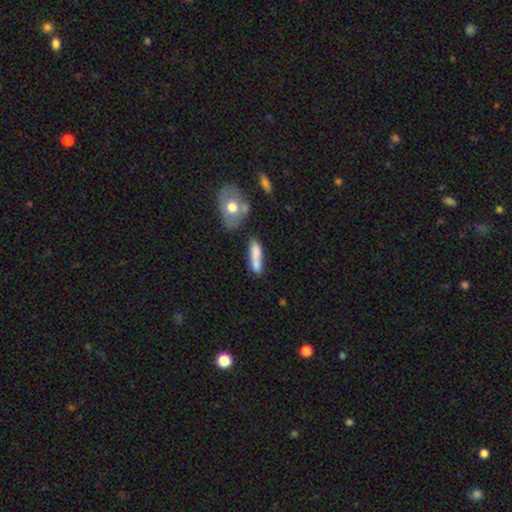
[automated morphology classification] This is likely a smooth galaxy (73%). How rounded: possibly cigar-shaped (60%). Merging: possibly none (46%).